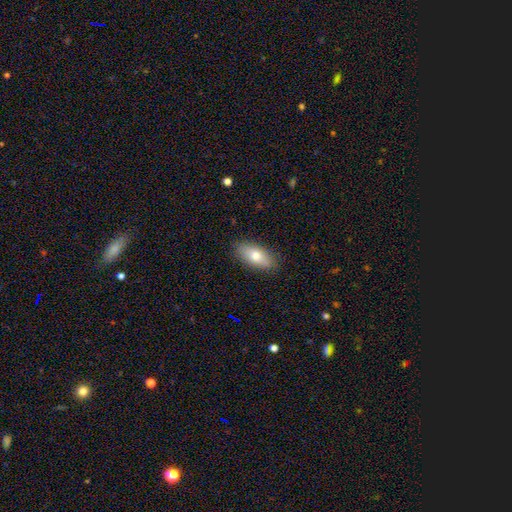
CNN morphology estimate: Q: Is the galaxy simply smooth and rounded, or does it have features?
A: smooth — 75%.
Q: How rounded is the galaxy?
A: in between — 85%.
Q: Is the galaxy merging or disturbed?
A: none — 87%.